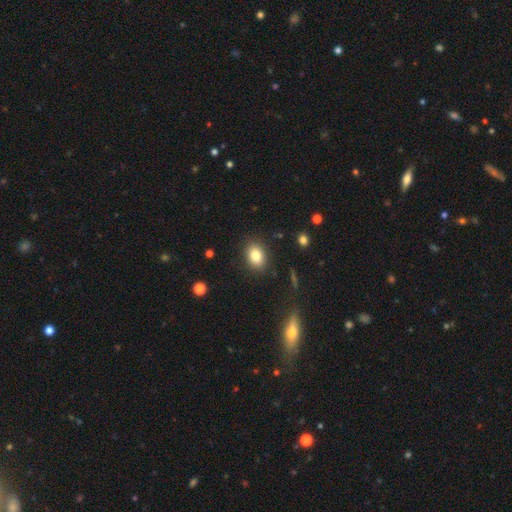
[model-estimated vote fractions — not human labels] The model was most divided on "how rounded": in between: 70%, round: 28%, cigar-shaped: 1%. More confident: merging — none (87%); smooth or featured — smooth (82%).